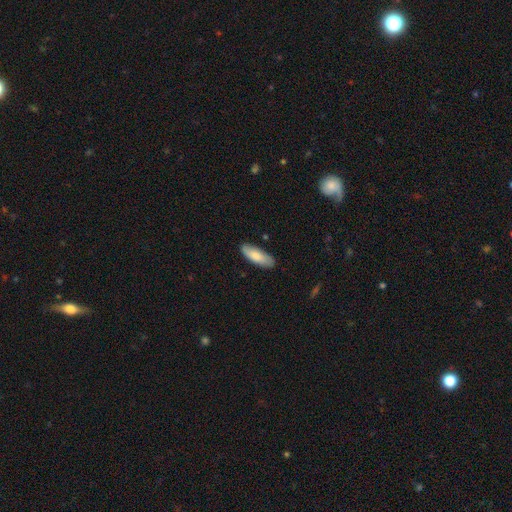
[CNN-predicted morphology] smooth_or_featured: smooth (p=0.79) [alt: featured or disk p=0.16]
how_rounded: in between (p=0.67) [alt: cigar-shaped p=0.31]
merging: none (p=0.84) [alt: minor disturbance p=0.13]